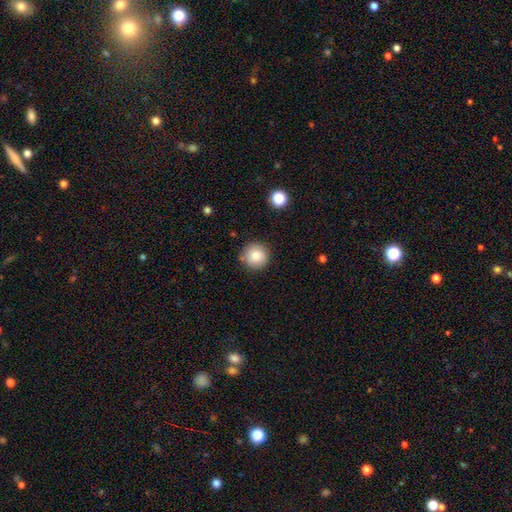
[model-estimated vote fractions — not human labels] Smooth or featured?
  - smooth: 84% *
  - star or artifact: 9%
  - featured or disk: 7%
How rounded?
  - round: 95% *
  - in between: 4%
  - cigar-shaped: 1%
Merging?
  - none: 86% *
  - minor disturbance: 9%
  - merger: 3%
  - major disturbance: 2%